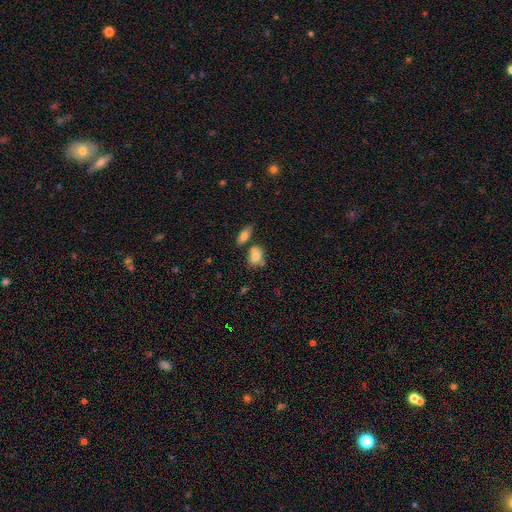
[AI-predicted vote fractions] smooth_or_featured: smooth (p=0.79) [alt: featured or disk p=0.12]
how_rounded: in between (p=0.74) [alt: round p=0.23]
merging: none (p=0.46) [alt: merger p=0.26]